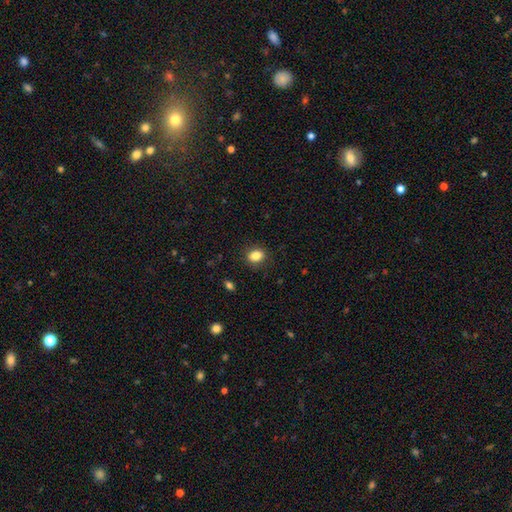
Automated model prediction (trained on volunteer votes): The model was most divided on "how rounded": in between: 54%, round: 44%, cigar-shaped: 1%. More confident: merging — none (87%); smooth or featured — smooth (85%).